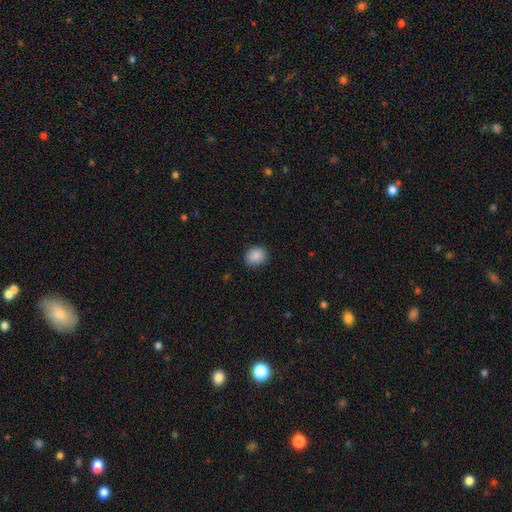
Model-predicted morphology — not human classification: smooth_or_featured: smooth (p=0.89) [alt: star or artifact p=0.08]
how_rounded: round (p=0.66) [alt: in between p=0.33]
merging: none (p=0.88) [alt: minor disturbance p=0.09]